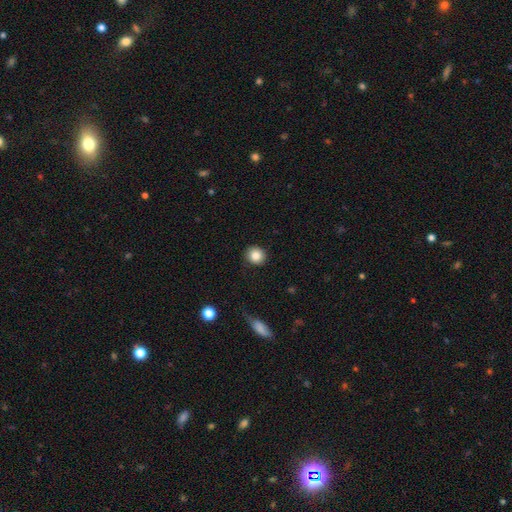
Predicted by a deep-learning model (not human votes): The model was most divided on "how rounded": round: 86%, in between: 13%, cigar-shaped: 1%. More confident: merging — none (89%); smooth or featured — smooth (85%).